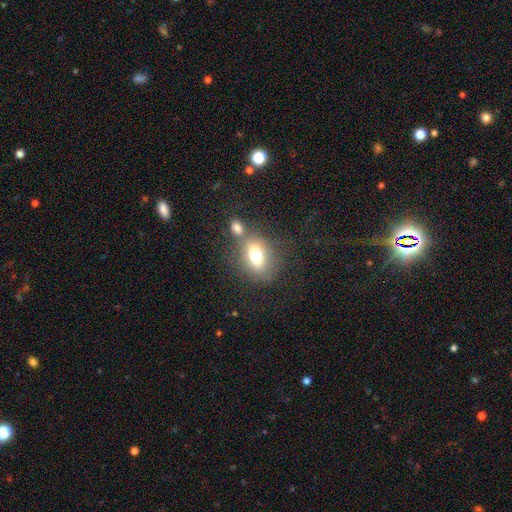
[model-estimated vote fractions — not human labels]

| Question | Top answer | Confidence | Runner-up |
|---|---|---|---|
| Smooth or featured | smooth | 71% | featured or disk (18%) |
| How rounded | in between | 69% | round (28%) |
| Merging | none | 53% | merger (28%) |